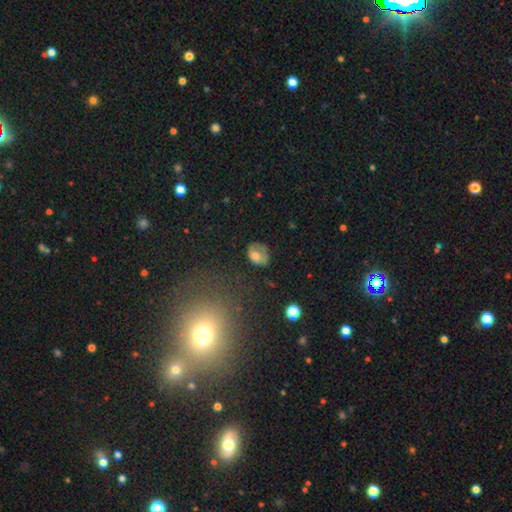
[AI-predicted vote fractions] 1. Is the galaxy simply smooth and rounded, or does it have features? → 59% smooth, 31% featured or disk, 10% star or artifact.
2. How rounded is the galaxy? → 50% in between, 48% round, 1% cigar-shaped.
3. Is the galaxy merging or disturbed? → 53% none, 27% minor disturbance, 16% major disturbance, 3% merger.